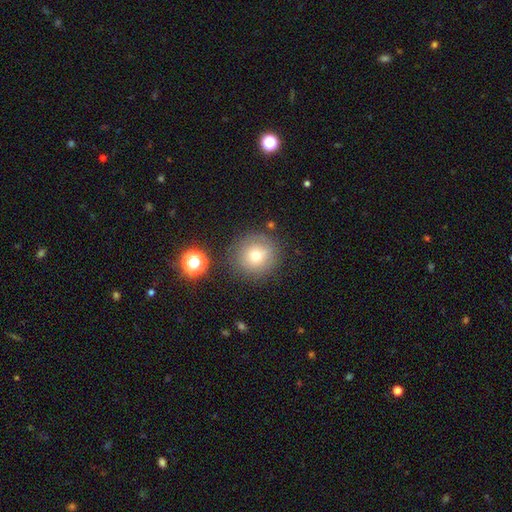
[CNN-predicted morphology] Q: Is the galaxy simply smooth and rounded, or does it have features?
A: smooth — 70%.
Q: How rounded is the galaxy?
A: round — 94%.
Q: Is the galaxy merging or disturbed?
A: none — 80%.